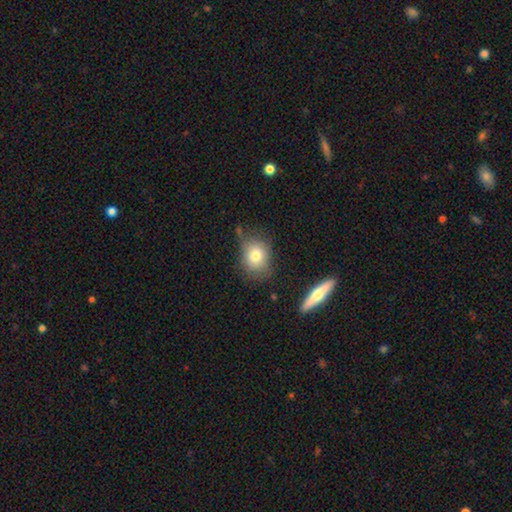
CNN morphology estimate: type=smooth (76%); roundness=round (60%); merging=none (66%).